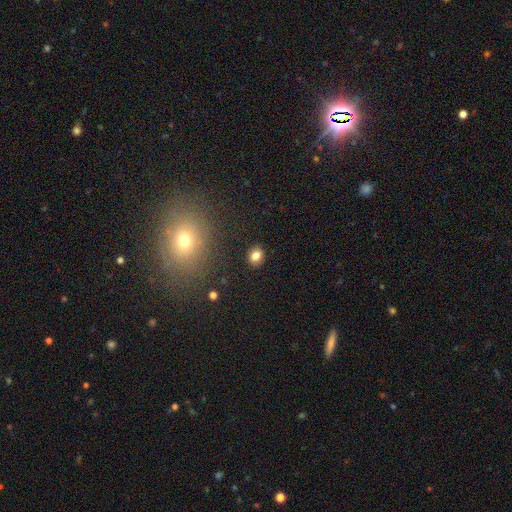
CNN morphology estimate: A smooth galaxy with no disk features (81%) that is round (53%).

Vote fractions:
- Smooth or featured? smooth: 81% / star or artifact: 11% / featured or disk: 8%
- How rounded? round: 53% / in between: 46% / cigar-shaped: 1%
- Merging? none: 88% / minor disturbance: 7% / major disturbance: 2% / merger: 2%